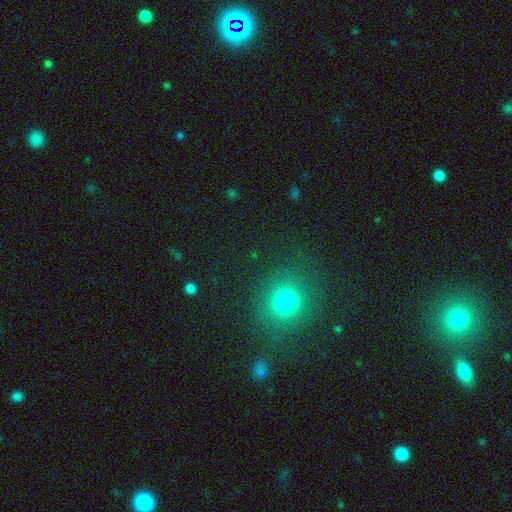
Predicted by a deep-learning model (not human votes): A smooth galaxy with no disk features (61%) that is round (88%). Merging: none (88%).